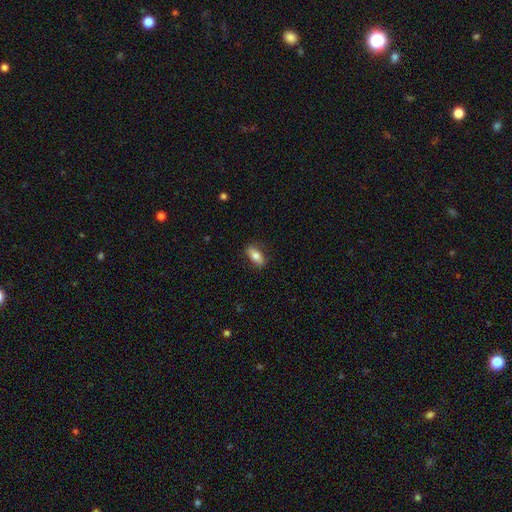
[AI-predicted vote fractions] A smooth galaxy with no disk features (73%) that is in between round and cigar-shaped (80%). Merging: none (84%).